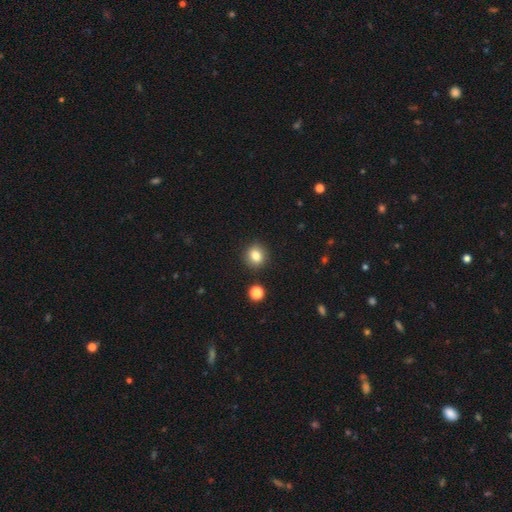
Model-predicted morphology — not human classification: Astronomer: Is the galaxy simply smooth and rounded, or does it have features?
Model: smooth — 83%.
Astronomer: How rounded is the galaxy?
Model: round — 83%.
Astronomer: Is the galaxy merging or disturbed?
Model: none — 89%.